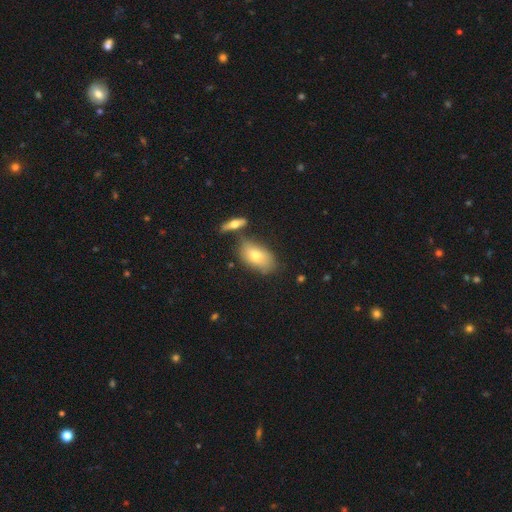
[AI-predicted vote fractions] Smooth or featured?
  - smooth: 70% *
  - featured or disk: 23%
  - star or artifact: 8%
How rounded?
  - in between: 91% *
  - round: 6%
  - cigar-shaped: 4%
Merging?
  - none: 64% *
  - minor disturbance: 16%
  - merger: 14%
  - major disturbance: 5%